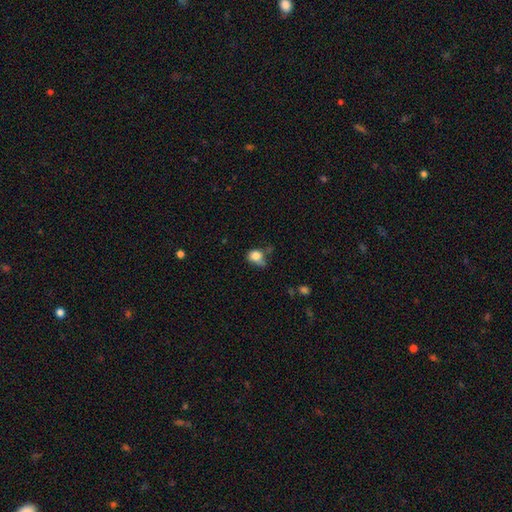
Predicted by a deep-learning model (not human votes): This appears to be a smooth galaxy with no disk features (80%) that is round (58%). Merging: none (37%).